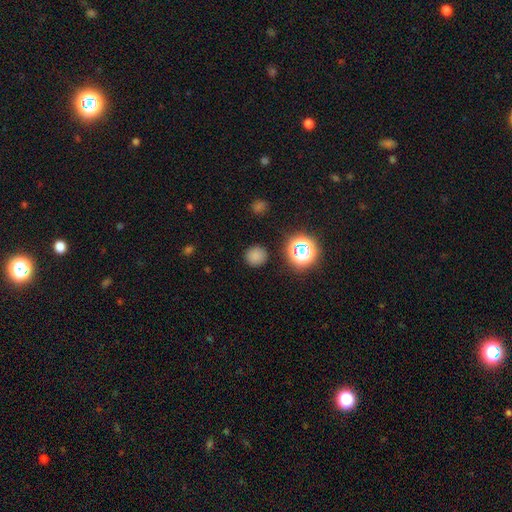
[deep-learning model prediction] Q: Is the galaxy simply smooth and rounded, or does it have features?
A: smooth — 76%.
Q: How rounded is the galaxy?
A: round — 92%.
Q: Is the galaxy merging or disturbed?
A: none — 87%.